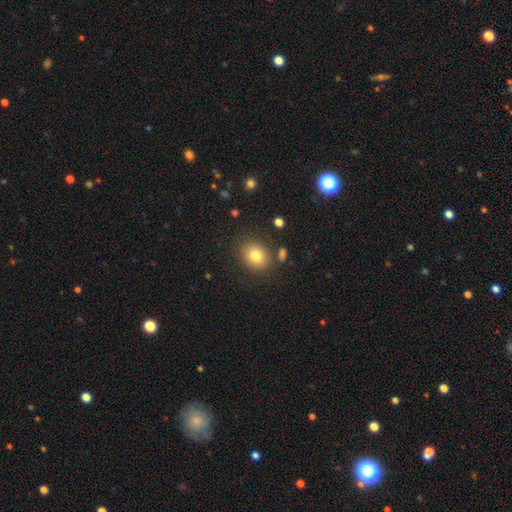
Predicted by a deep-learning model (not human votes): This is clearly a smooth galaxy (80%). How rounded: likely round (60%). Merging: clearly none (83%).